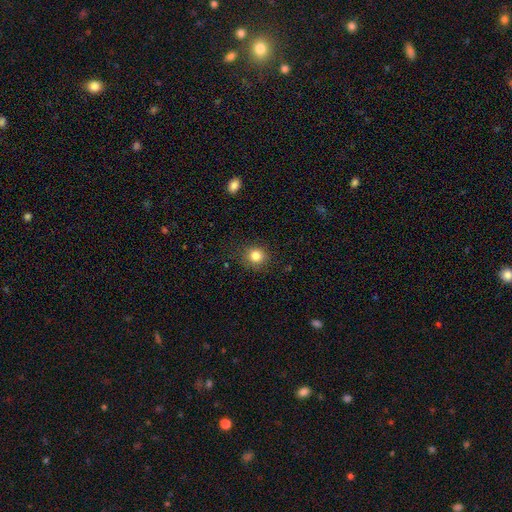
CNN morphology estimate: smooth 83%, star or artifact 12%, featured or disk 6%. Down the decision tree: how rounded — round (87%); merging — none (85%).